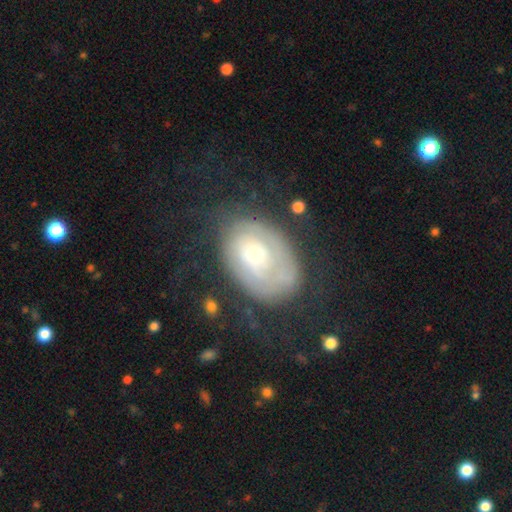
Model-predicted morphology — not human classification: featured or disk 63%, smooth 30%, star or artifact 8%. Down the decision tree: edge-on disk — no (96%); bar — no (80%); spiral arms — yes (69%); bulge size — moderate (42%); merging — none (57%).